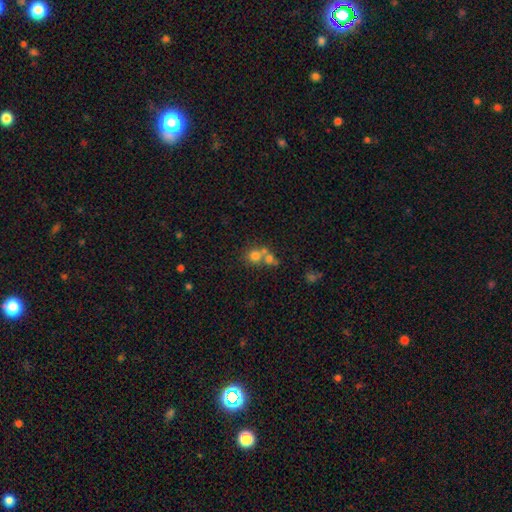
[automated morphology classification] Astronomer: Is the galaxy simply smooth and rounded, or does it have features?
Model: smooth — 69%.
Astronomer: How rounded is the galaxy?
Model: round — 82%.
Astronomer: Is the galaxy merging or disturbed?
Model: merger — 49% (runner-up: none, 41%).